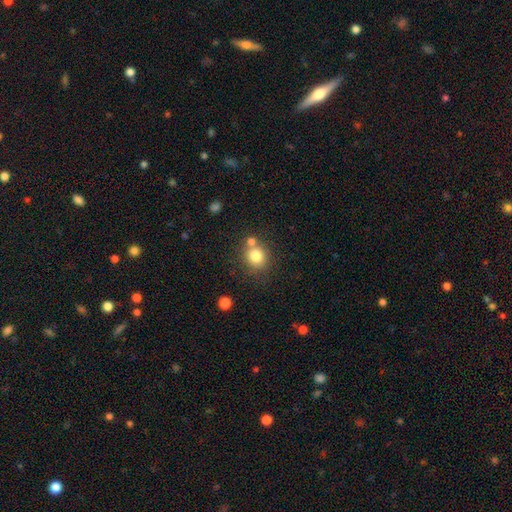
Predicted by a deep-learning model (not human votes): A smooth galaxy with no disk features (80%) that is round (81%). Merging: none (66%).